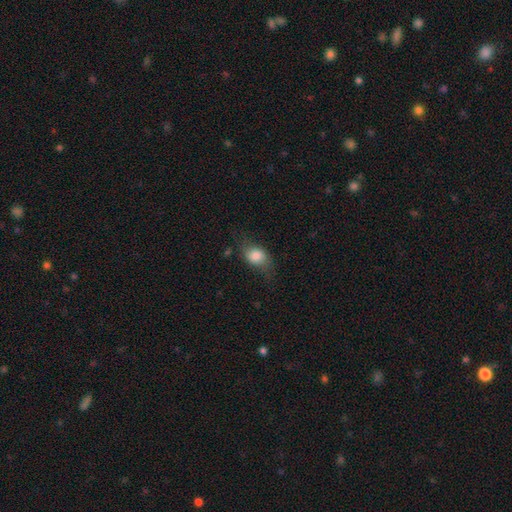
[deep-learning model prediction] smooth-or-featured: smooth: 73% | featured or disk: 18% | star or artifact: 9%
  how-rounded: in between: 65% | round: 33% | cigar-shaped: 3%
  merging: none: 57% | minor disturbance: 27% | major disturbance: 14% | merger: 2%